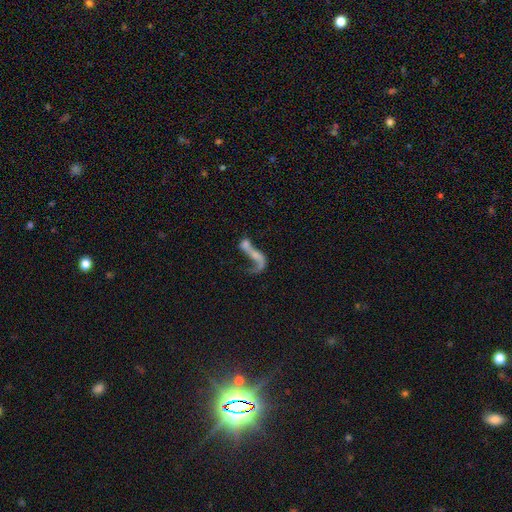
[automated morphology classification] Smooth or featured: featured or disk — 60% (smooth — 28%)
Edge-on disk: no — 90% (yes — 10%)
Bar: no — 66% (weak — 22%)
Spiral arms: yes — 53% (no — 47%)
Bulge size: none — 49% (small — 31%)
Merging: merger — 44% (major disturbance — 28%)